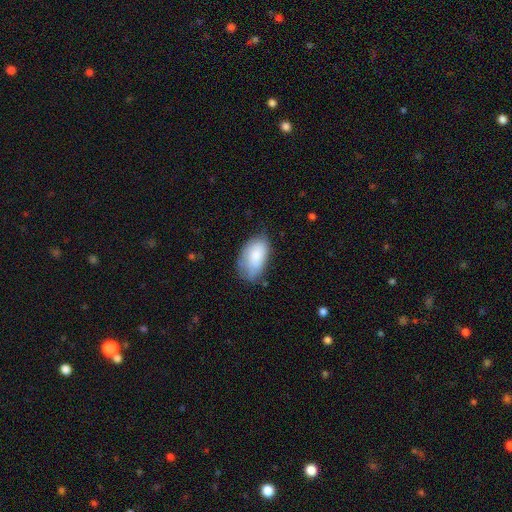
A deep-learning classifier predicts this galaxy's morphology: Smooth or featured? Predicted: smooth (p=0.81). How rounded? Predicted: in between (p=0.94). Merging? Predicted: none (p=0.55).